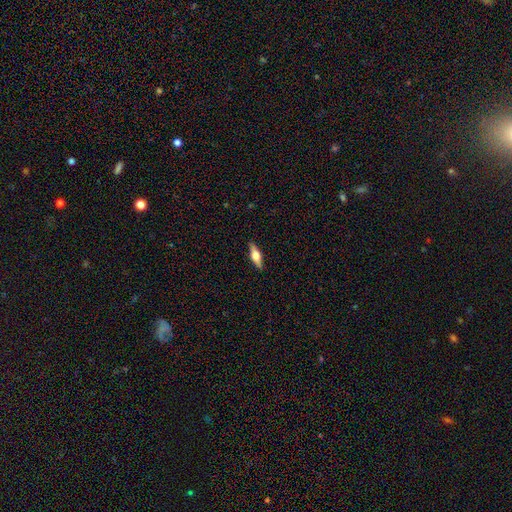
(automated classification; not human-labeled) Smooth or featured?
  - featured or disk: 56% *
  - smooth: 38%
  - star or artifact: 6%
Edge-on disk?
  - yes: 94% *
  - no: 6%
Edge-on bulge?
  - rounded: 94% *
  - boxy: 5%
  - none: 1%
Merging?
  - none: 89% *
  - minor disturbance: 9%
  - major disturbance: 2%
  - merger: 1%